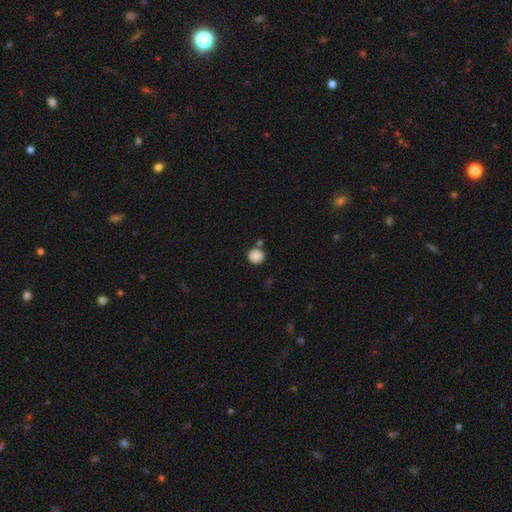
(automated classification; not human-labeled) Overall: smooth (88%). How rounded: round (92%). Merging: none (76%).